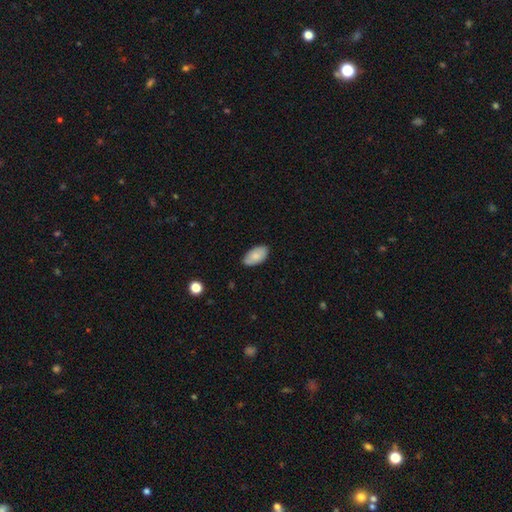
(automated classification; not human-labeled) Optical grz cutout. It shows a smooth galaxy with no disk features (81%) that is in between round and cigar-shaped (95%). Merging: none (79%).